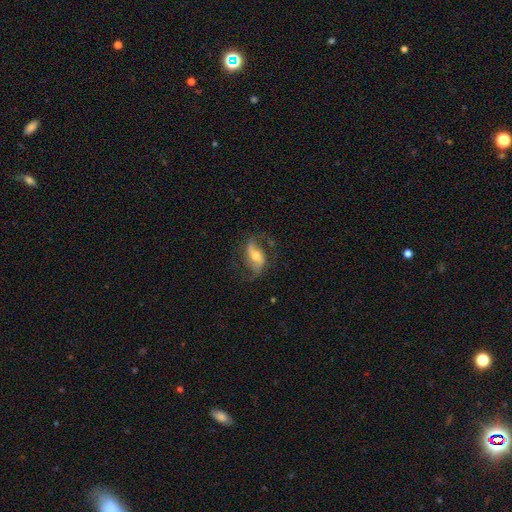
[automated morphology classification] Smooth or featured?
  - featured or disk: 75% *
  - smooth: 19%
  - star or artifact: 7%
Edge-on disk?
  - no: 94% *
  - yes: 6%
Bar?
  - strong: 38% *
  - weak: 36%
  - no: 26%
Spiral arms?
  - yes: 90% *
  - no: 10%
Spiral winding?
  - loose: 58% *
  - medium: 32%
  - tight: 9%
Spiral arm count?
  - 2: 89% *
  - can't tell: 4%
  - 1: 4%
  - 3: 1%
  - 4: 1%
  - more than 4: 1%
Bulge size?
  - moderate: 66% *
  - small: 23%
  - large: 8%
  - none: 2%
  - dominant: 1%
Merging?
  - none: 67% *
  - minor disturbance: 18%
  - major disturbance: 13%
  - merger: 2%